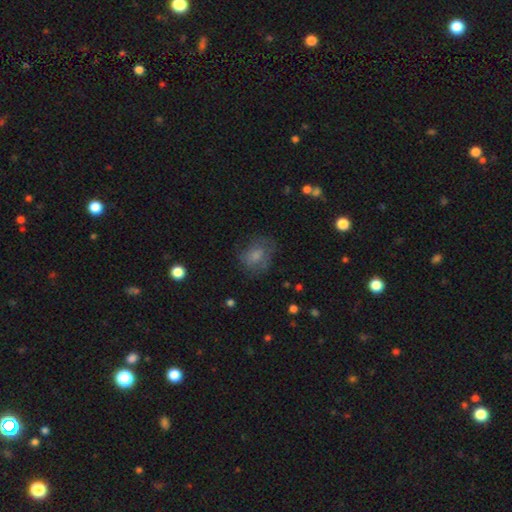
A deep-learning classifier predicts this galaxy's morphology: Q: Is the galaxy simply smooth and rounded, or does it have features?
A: smooth — 66%.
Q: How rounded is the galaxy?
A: round — 58%.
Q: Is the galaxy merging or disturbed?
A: none — 57%.